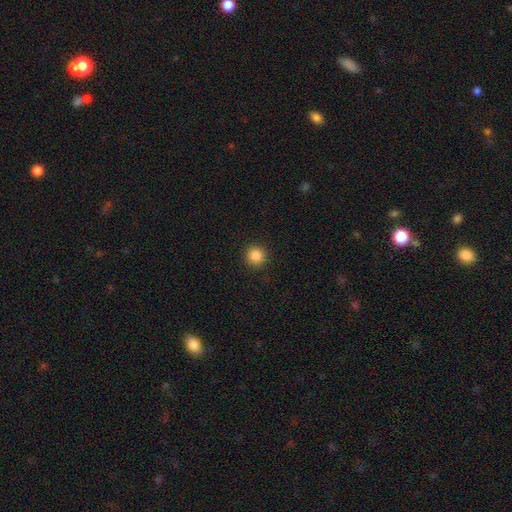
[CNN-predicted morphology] smooth_or_featured: smooth (p=0.85) [alt: star or artifact p=0.11]
how_rounded: round (p=0.95) [alt: in between p=0.04]
merging: none (p=0.92) [alt: minor disturbance p=0.05]